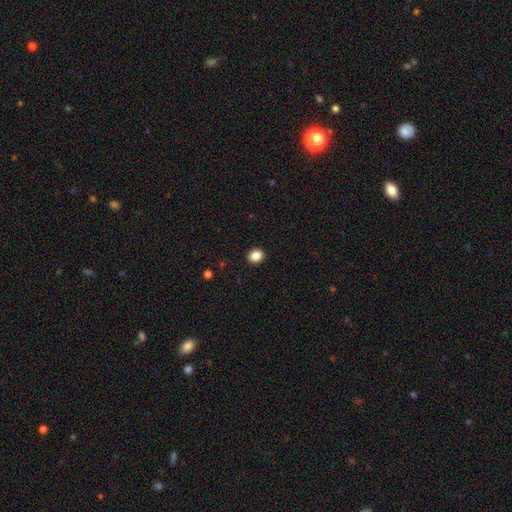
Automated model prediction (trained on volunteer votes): Smooth or featured? Predicted: smooth (p=0.87). How rounded? Predicted: round (p=0.61). Merging? Predicted: none (p=0.92).